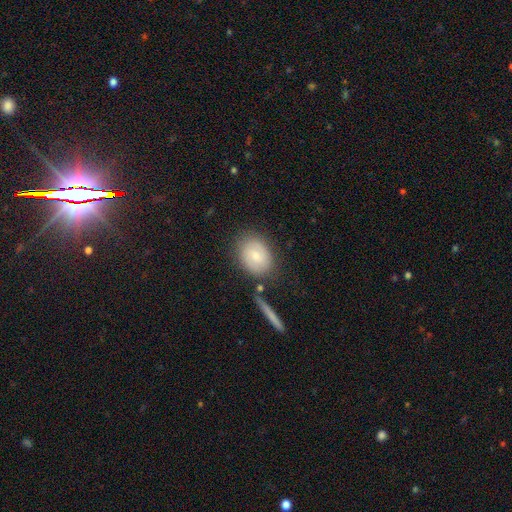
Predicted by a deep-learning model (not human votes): smooth 67%, featured or disk 25%, star or artifact 7%. Down the decision tree: how rounded — in between (53%); merging — none (76%).